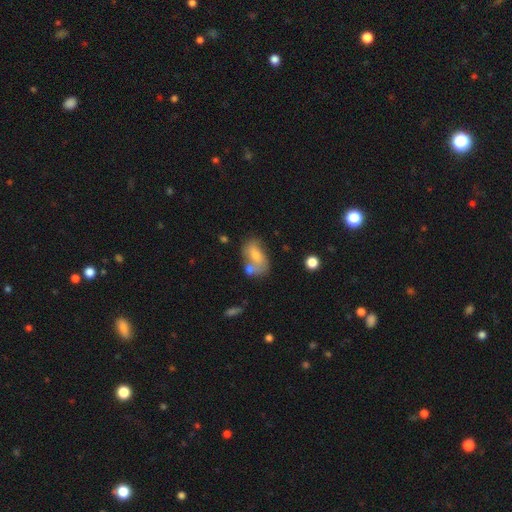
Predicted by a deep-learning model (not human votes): A smooth galaxy with no disk features (60%) that is in between round and cigar-shaped (87%). Merging: merger (37%).